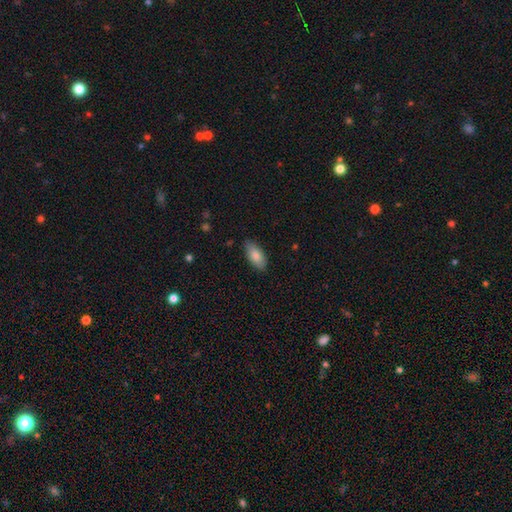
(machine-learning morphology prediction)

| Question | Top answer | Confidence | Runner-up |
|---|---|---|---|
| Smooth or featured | smooth | 84% | featured or disk (10%) |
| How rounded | in between | 87% | cigar-shaped (11%) |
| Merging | none | 83% | minor disturbance (13%) |